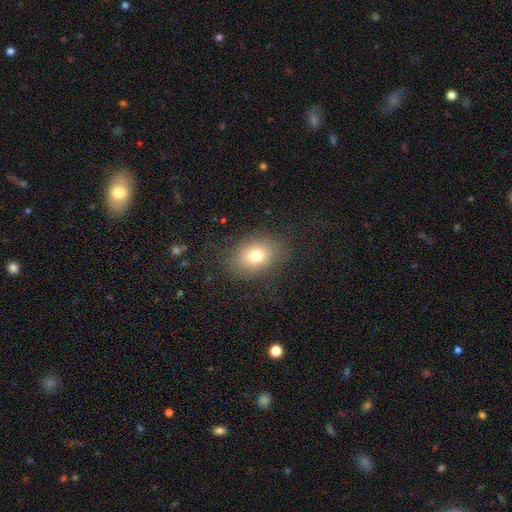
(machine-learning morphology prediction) smooth 75%, featured or disk 13%, star or artifact 12%. Down the decision tree: how rounded — in between (63%); merging — none (79%).